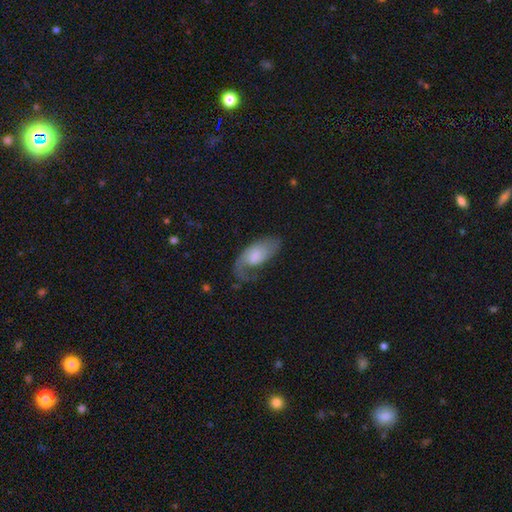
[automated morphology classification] smooth_or_featured: featured or disk (p=0.55) [alt: smooth p=0.38]
disk_edge_on: no (p=0.93) [alt: yes p=0.07]
bar: no (p=0.64) [alt: weak p=0.30]
has_spiral_arms: yes (p=0.83) [alt: no p=0.17]
bulge_size: moderate (p=0.33) [alt: large p=0.26]
merging: none (p=0.39) [alt: major disturbance p=0.33]